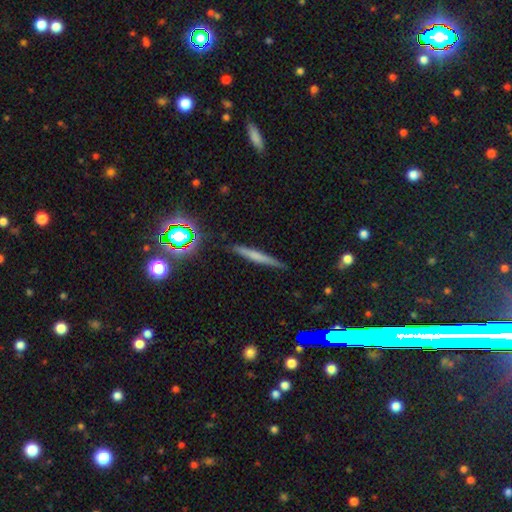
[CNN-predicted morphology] smooth_or_featured: smooth (p=0.51) [alt: featured or disk p=0.38]
how_rounded: cigar-shaped (p=0.93) [alt: in between p=0.04]
merging: none (p=0.87) [alt: minor disturbance p=0.09]